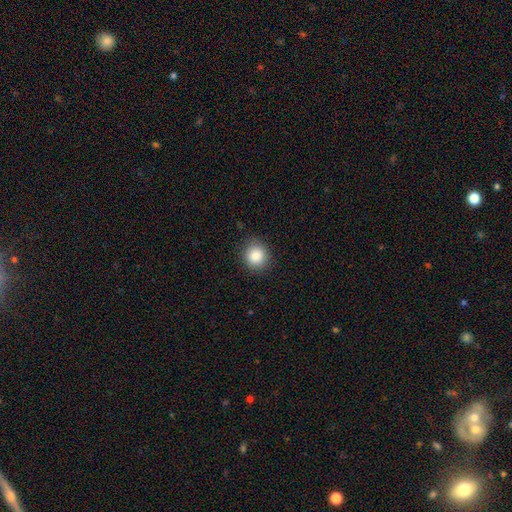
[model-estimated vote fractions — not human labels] Smooth or featured: smooth — 86% (star or artifact — 9%)
How rounded: round — 86% (in between — 13%)
Merging: none — 88% (minor disturbance — 9%)